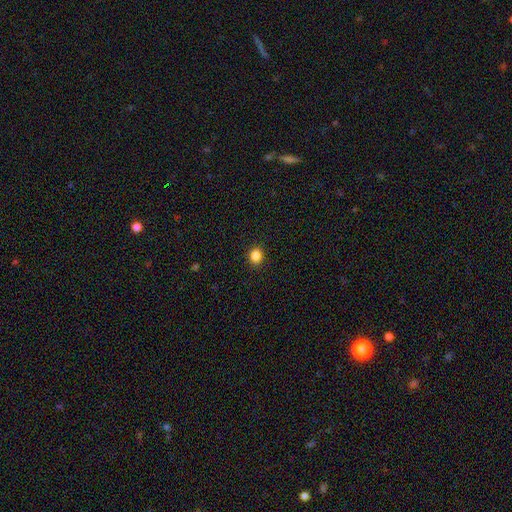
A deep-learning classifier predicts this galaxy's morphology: This is clearly a smooth galaxy (85%). How rounded: likely round (73%). Merging: clearly none (91%).